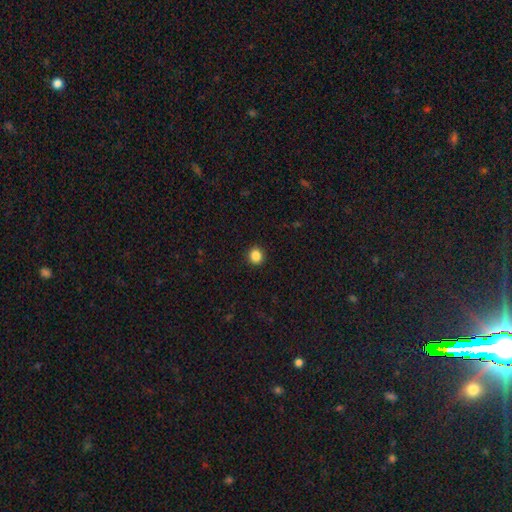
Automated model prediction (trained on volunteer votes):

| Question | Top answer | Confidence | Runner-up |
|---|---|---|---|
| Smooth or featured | smooth | 87% | star or artifact (10%) |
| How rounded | round | 80% | in between (19%) |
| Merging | none | 91% | minor disturbance (6%) |